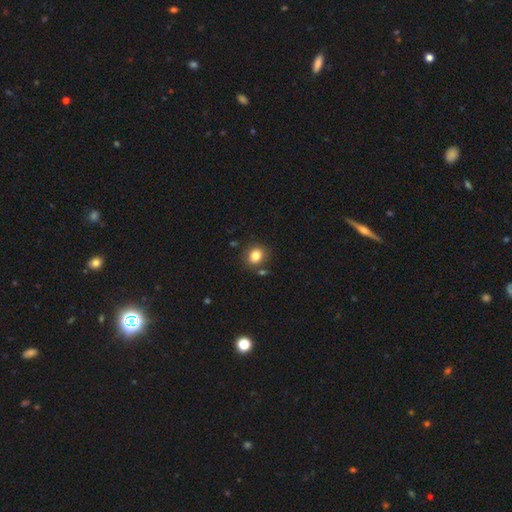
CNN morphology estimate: smooth-or-featured: smooth: 82% | star or artifact: 11% | featured or disk: 7%
  how-rounded: round: 70% | in between: 30% | cigar-shaped: 1%
  merging: none: 80% | minor disturbance: 11% | merger: 7% | major disturbance: 3%